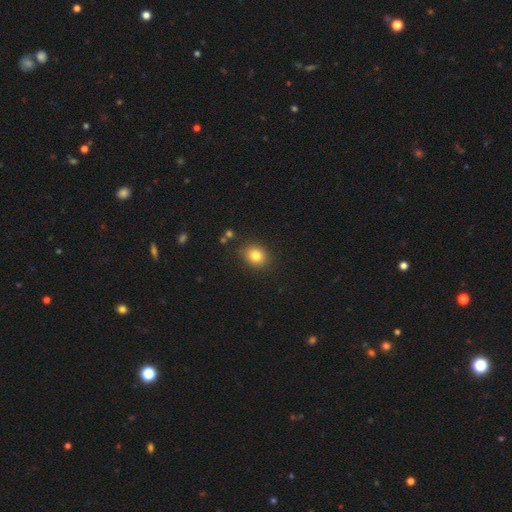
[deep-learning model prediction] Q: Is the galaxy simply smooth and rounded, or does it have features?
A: smooth — 82%.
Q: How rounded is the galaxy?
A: round — 68%.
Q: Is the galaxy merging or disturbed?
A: none — 85%.